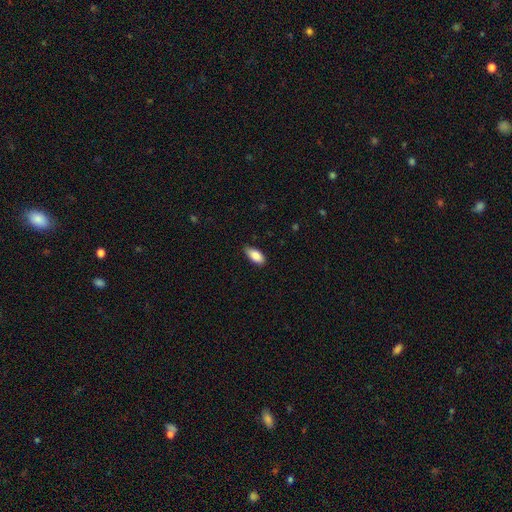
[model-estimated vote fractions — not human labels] smooth_or_featured: smooth (p=0.87) [alt: star or artifact p=0.07]
how_rounded: in between (p=0.89) [alt: cigar-shaped p=0.08]
merging: none (p=0.78) [alt: minor disturbance p=0.19]